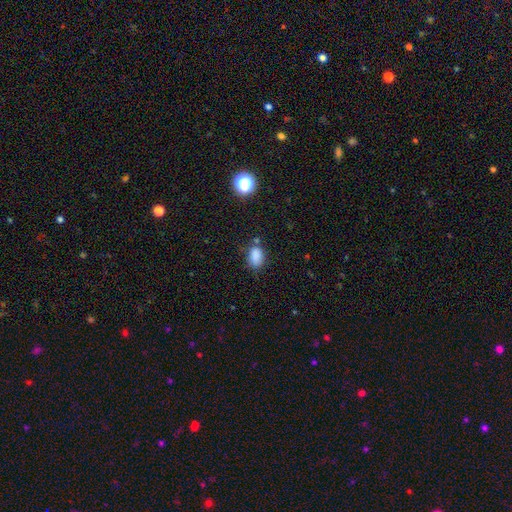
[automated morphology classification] smooth-or-featured: smooth: 84% | star or artifact: 11% | featured or disk: 5%
  how-rounded: in between: 81% | round: 17% | cigar-shaped: 2%
  merging: none: 65% | minor disturbance: 23% | merger: 6% | major disturbance: 6%